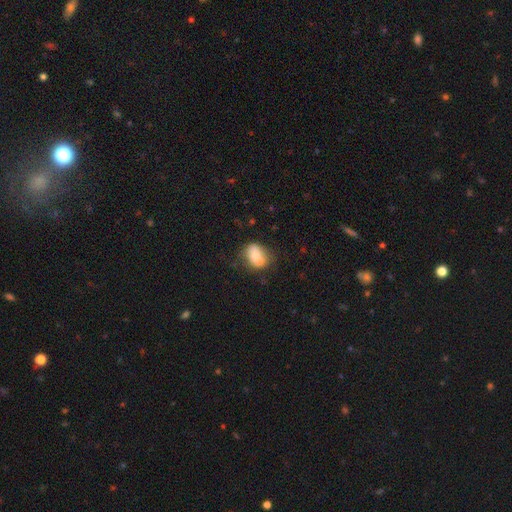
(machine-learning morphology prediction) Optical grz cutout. It shows a smooth galaxy with no disk features (64%) that is in between round and cigar-shaped (63%). Merging: none (66%).